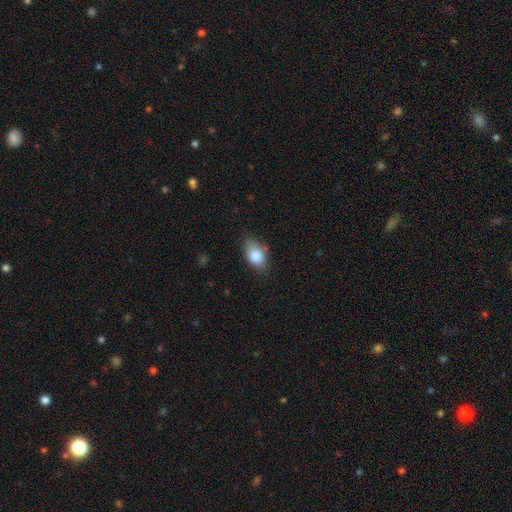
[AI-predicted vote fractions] A smooth galaxy with no disk features (83%) that is in between round and cigar-shaped (86%). Merging: none (69%).